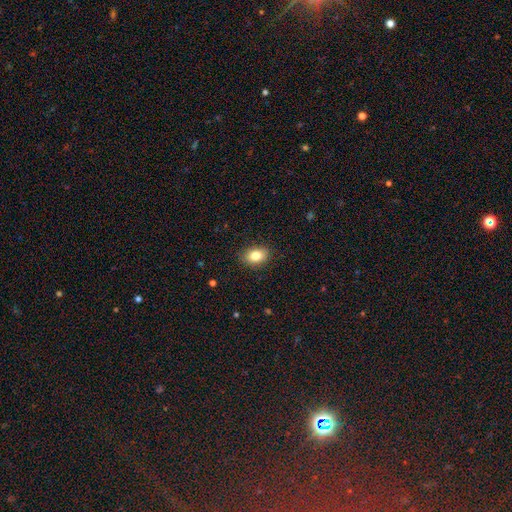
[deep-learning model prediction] Smooth or featured? Predicted: smooth (p=0.83). How rounded? Predicted: in between (p=0.77). Merging? Predicted: none (p=0.87).